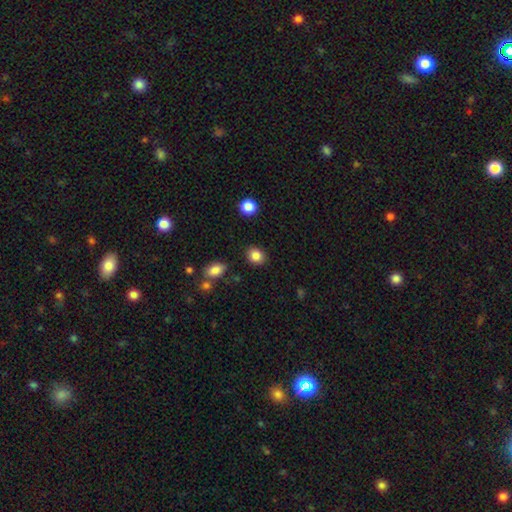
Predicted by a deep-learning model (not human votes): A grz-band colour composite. It shows a smooth galaxy with no disk features (85%) that is round (56%). Merging: none (87%).